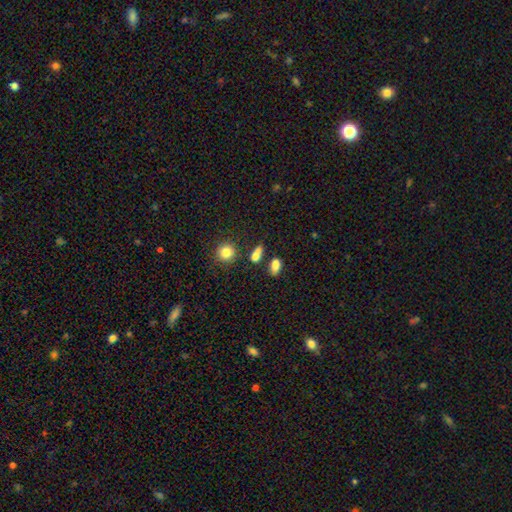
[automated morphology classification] smooth_or_featured: smooth (p=0.80) [alt: star or artifact p=0.11]
how_rounded: in between (p=0.67) [alt: round p=0.18]
merging: none (p=0.72) [alt: minor disturbance p=0.13]